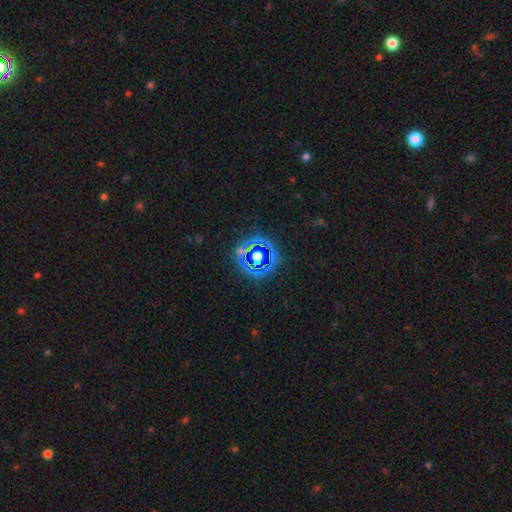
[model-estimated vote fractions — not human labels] Overall: star or artifact (61%; smooth 27%).